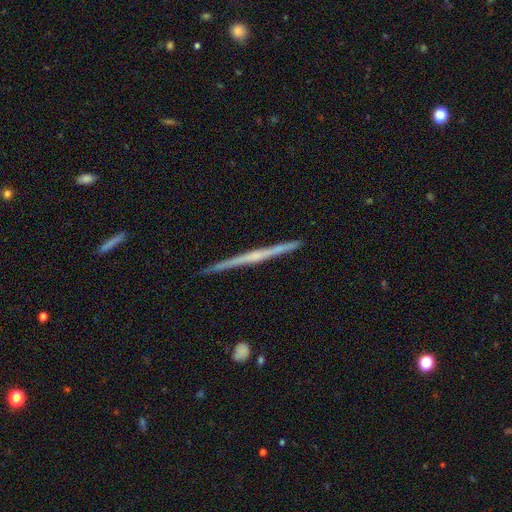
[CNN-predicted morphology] The model was most divided on "edge-on bulge": none: 54%, rounded: 37%, boxy: 9%. More confident: edge-on disk — yes (98%); merging — none (91%); smooth or featured — featured or disk (75%).